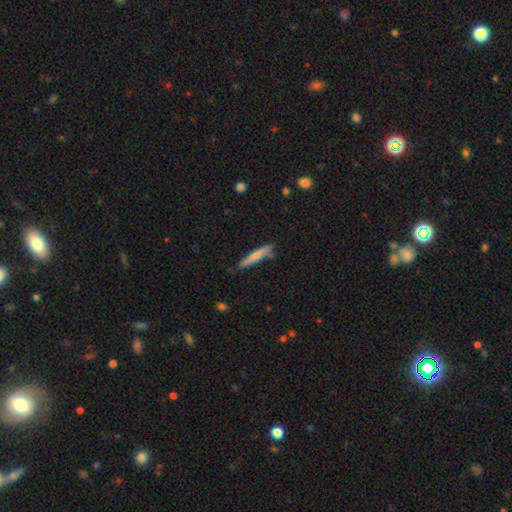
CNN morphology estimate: The model was most divided on "smooth or featured": smooth: 70%, featured or disk: 25%, star or artifact: 6%. More confident: how rounded — cigar-shaped (93%); merging — none (74%).